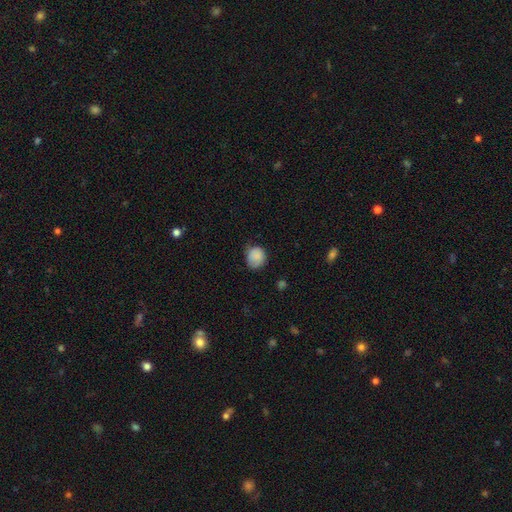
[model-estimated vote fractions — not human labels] smooth_or_featured: smooth (p=0.86) [alt: star or artifact p=0.08]
how_rounded: round (p=0.72) [alt: in between p=0.27]
merging: none (p=0.61) [alt: minor disturbance p=0.31]